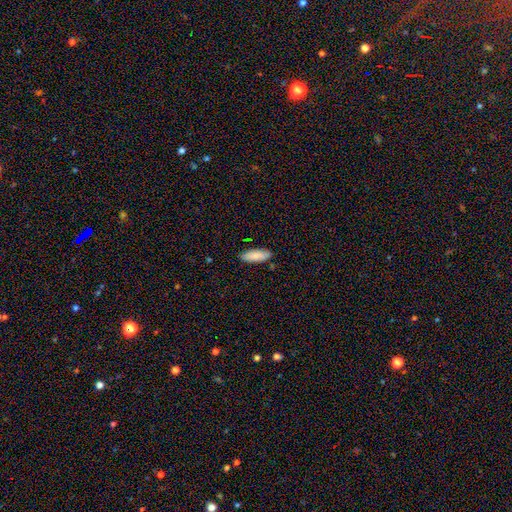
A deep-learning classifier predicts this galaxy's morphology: type=smooth (87%); roundness=in between (65%); merging=none (87%).